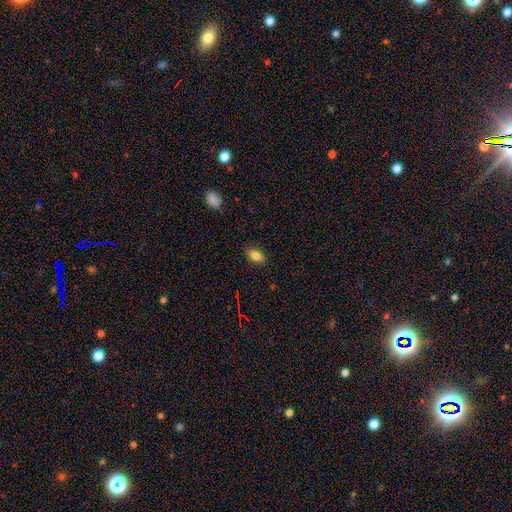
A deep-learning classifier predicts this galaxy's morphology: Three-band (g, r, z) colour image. It shows a smooth galaxy with no disk features (82%) that is in between round and cigar-shaped (88%). Merging: none (86%).